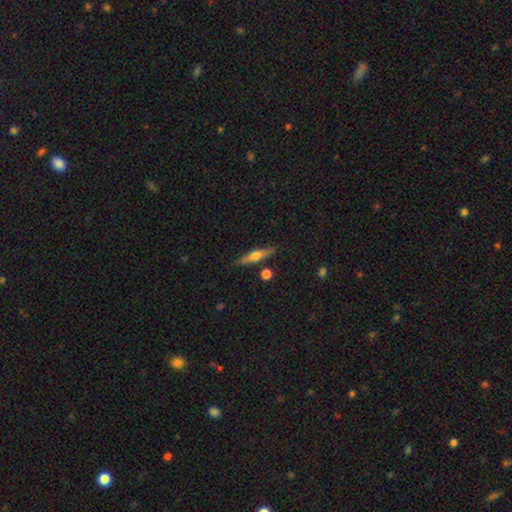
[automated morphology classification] Smooth or featured: featured or disk — 59% (smooth — 34%)
Edge-on disk: yes — 96% (no — 4%)
Edge-on bulge: rounded — 88% (boxy — 8%)
Merging: none — 85% (minor disturbance — 9%)